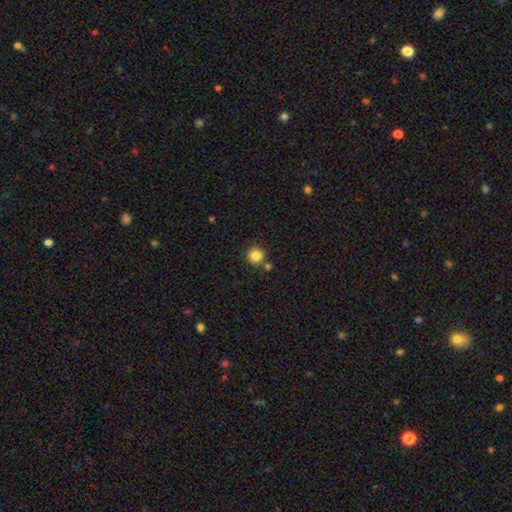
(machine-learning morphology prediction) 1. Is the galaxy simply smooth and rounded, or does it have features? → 84% smooth, 11% star or artifact, 5% featured or disk.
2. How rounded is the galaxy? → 94% round, 5% in between, 1% cigar-shaped.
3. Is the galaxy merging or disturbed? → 80% none, 10% merger, 8% minor disturbance, 2% major disturbance.